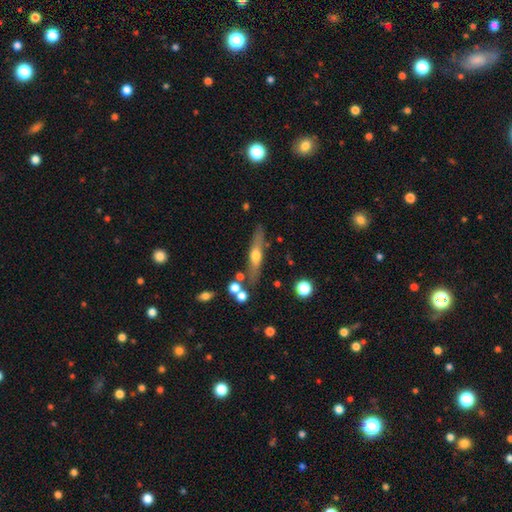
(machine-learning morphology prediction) featured or disk 57%, smooth 36%, star or artifact 7%. Down the decision tree: edge-on disk — yes (90%); edge-on bulge — rounded (91%); merging — none (75%).